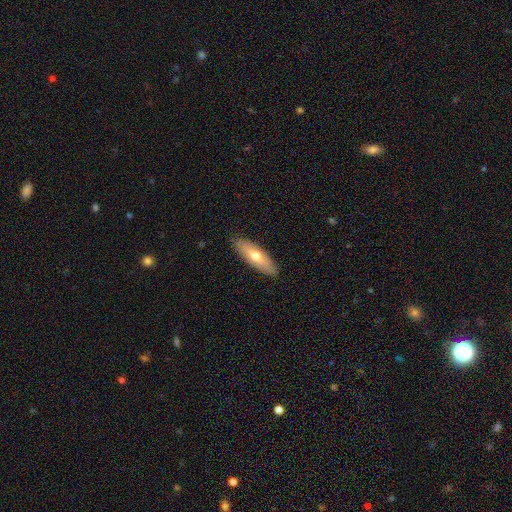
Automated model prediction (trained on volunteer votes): A smooth galaxy with no disk features (61%) that is in between round and cigar-shaped (51%). Merging: none (87%).